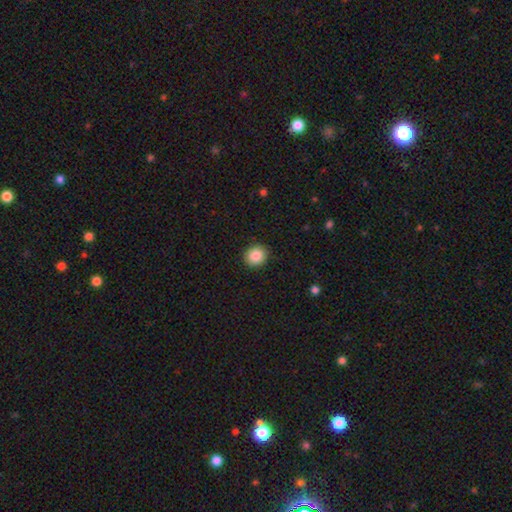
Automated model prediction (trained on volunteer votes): A smooth galaxy with no disk features (86%) that is round (85%).

Vote fractions:
- Smooth or featured? smooth: 86% / star or artifact: 9% / featured or disk: 5%
- How rounded? round: 85% / in between: 15% / cigar-shaped: 1%
- Merging? none: 91% / minor disturbance: 6% / major disturbance: 2% / merger: 1%